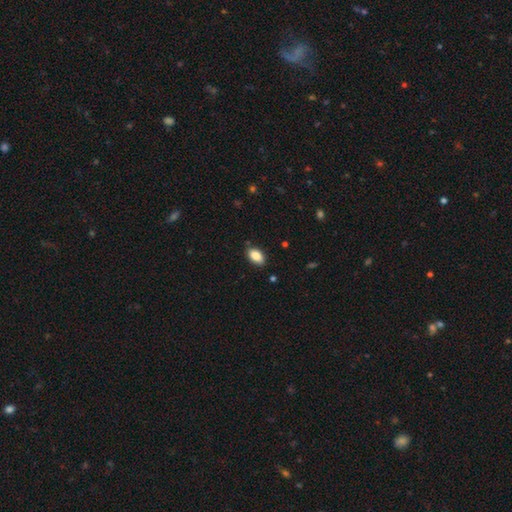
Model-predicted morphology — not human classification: smooth 86%, star or artifact 7%, featured or disk 6%. Down the decision tree: how rounded — in between (92%); merging — none (86%).